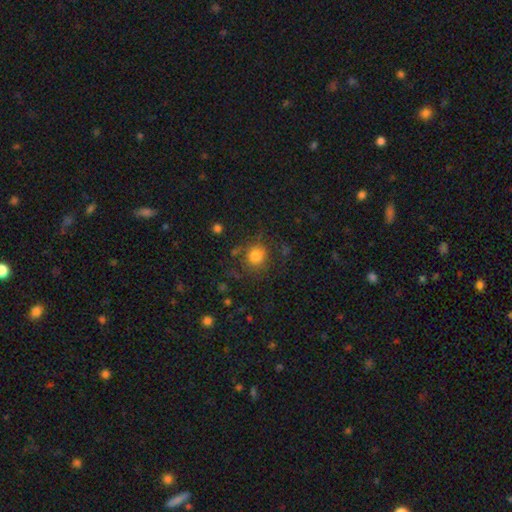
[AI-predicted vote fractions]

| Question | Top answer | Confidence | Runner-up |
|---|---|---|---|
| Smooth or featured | smooth | 79% | star or artifact (12%) |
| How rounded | round | 88% | in between (11%) |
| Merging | none | 76% | minor disturbance (14%) |